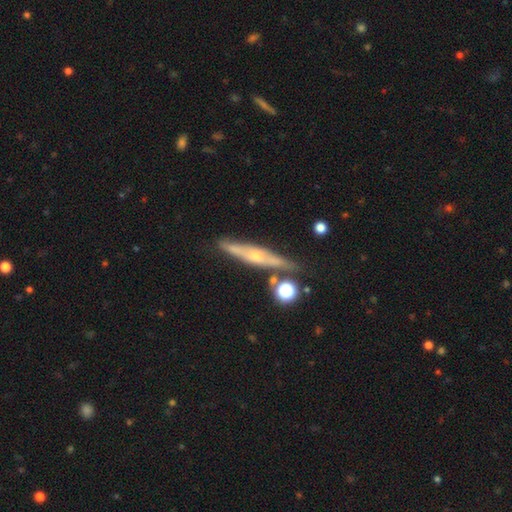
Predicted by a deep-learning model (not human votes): A featured or disk galaxy (70%) viewed edge-on (90%) with a rounded central bulge (81%).

Vote fractions:
- Smooth or featured? featured or disk: 70% / smooth: 22% / star or artifact: 8%
- Edge-on disk? yes: 90% / no: 10%
- Edge-on bulge? rounded: 81% / none: 14% / boxy: 5%
- Merging? none: 77% / minor disturbance: 13% / merger: 7% / major disturbance: 3%